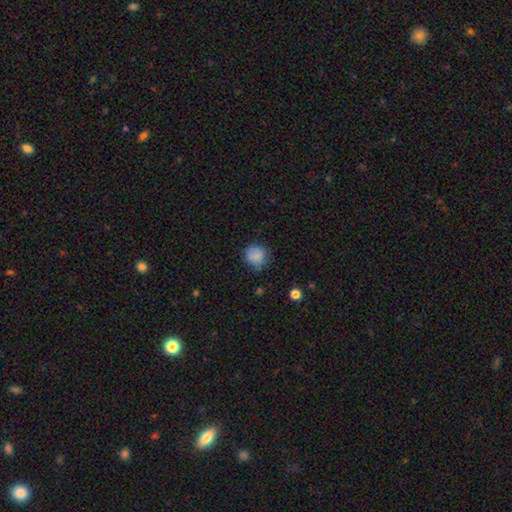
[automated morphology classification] Q: Smooth or featured?
A: smooth (84%); runner-up: star or artifact (10%)
Q: How rounded?
A: round (84%); runner-up: in between (15%)
Q: Merging?
A: none (75%); runner-up: minor disturbance (19%)